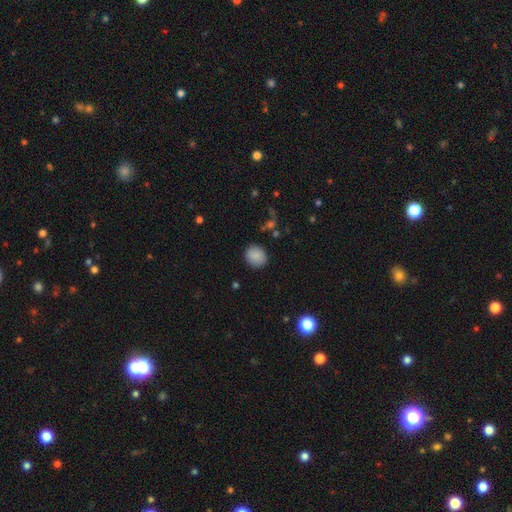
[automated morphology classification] smooth 88%, star or artifact 8%, featured or disk 4%. Down the decision tree: how rounded — round (78%); merging — none (88%).